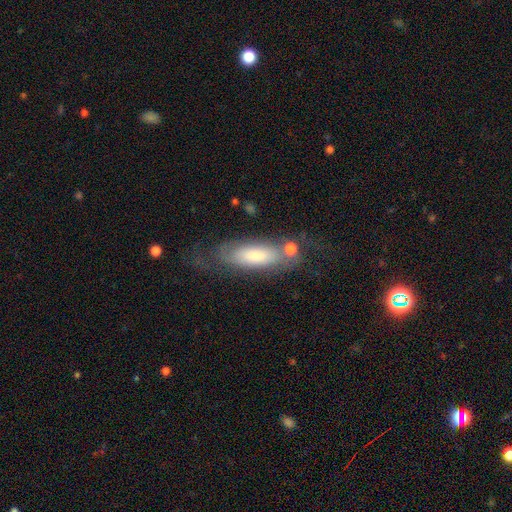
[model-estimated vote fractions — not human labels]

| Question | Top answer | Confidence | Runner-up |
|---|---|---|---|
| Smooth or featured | smooth | 61% | featured or disk (32%) |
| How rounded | in between | 65% | cigar-shaped (33%) |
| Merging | none | 54% | minor disturbance (21%) |